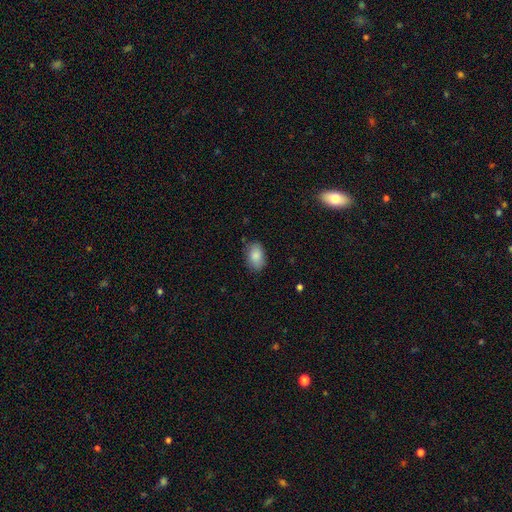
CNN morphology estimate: Smooth or featured?
  - smooth: 87% *
  - star or artifact: 7%
  - featured or disk: 6%
How rounded?
  - in between: 88% *
  - round: 10%
  - cigar-shaped: 1%
Merging?
  - none: 79% *
  - minor disturbance: 16%
  - major disturbance: 3%
  - merger: 1%